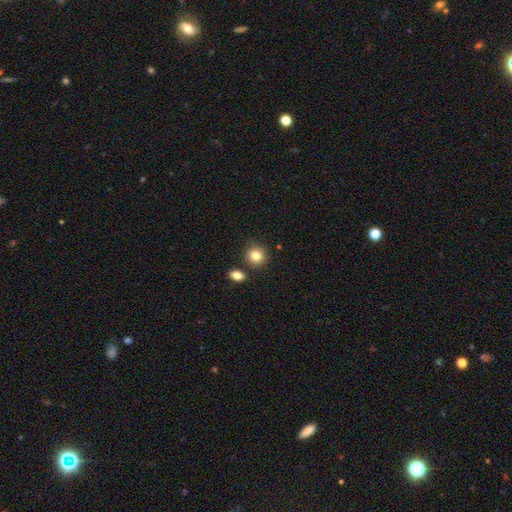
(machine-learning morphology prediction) smooth-or-featured: smooth: 83% | star or artifact: 10% | featured or disk: 7%
  how-rounded: round: 86% | in between: 13% | cigar-shaped: 1%
  merging: none: 81% | minor disturbance: 9% | merger: 8% | major disturbance: 3%